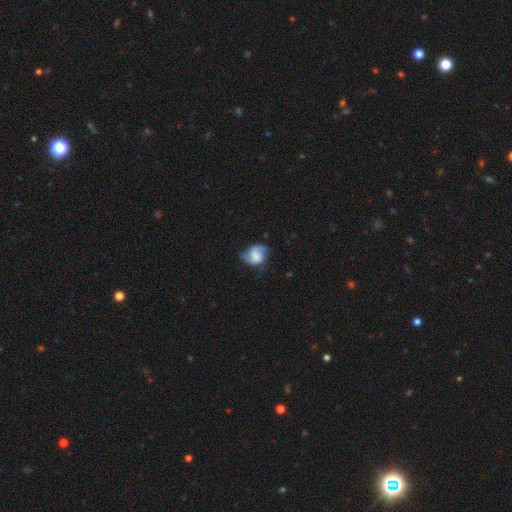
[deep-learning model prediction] Morphology: type=featured or disk (60%); edge-on=no (97%); bar=no (61%); spiral arms=yes (89%); winding=medium (43%); arm count=2 (66%); bulge=none (27%); merging=none (53%).